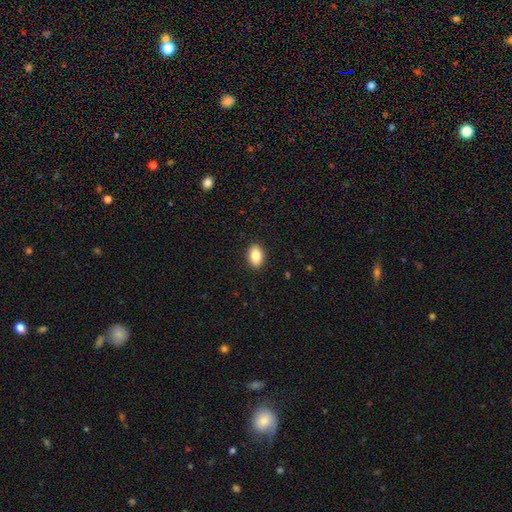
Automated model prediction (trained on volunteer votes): A smooth galaxy with no disk features (86%) that is in between round and cigar-shaped (84%).

Vote fractions:
- Smooth or featured? smooth: 86% / star or artifact: 8% / featured or disk: 6%
- How rounded? in between: 84% / round: 15% / cigar-shaped: 1%
- Merging? none: 91% / minor disturbance: 6% / major disturbance: 2% / merger: 1%